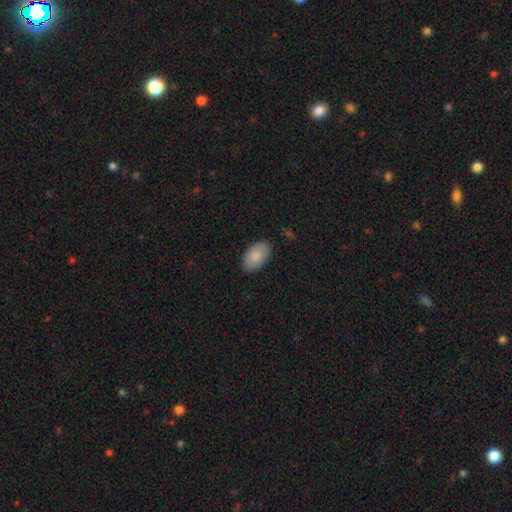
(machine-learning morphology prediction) Smooth or featured?
  - smooth: 87% *
  - featured or disk: 7%
  - star or artifact: 6%
How rounded?
  - in between: 94% *
  - round: 5%
  - cigar-shaped: 1%
Merging?
  - none: 86% *
  - minor disturbance: 10%
  - major disturbance: 2%
  - merger: 1%